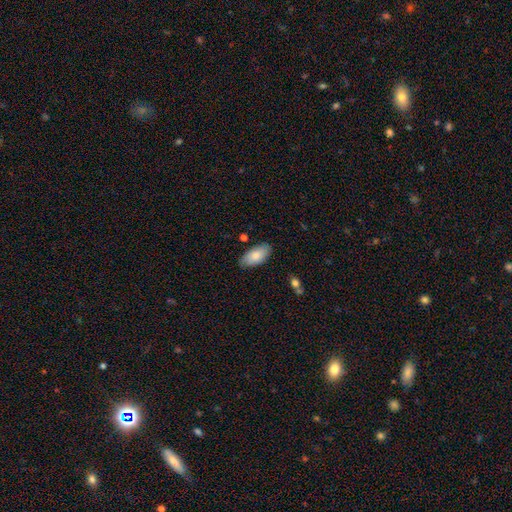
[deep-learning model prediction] A smooth galaxy with no disk features (83%) that is in between round and cigar-shaped (94%).

Vote fractions:
- Smooth or featured? smooth: 83% / featured or disk: 11% / star or artifact: 6%
- How rounded? in between: 94% / cigar-shaped: 4% / round: 2%
- Merging? none: 82% / minor disturbance: 14% / major disturbance: 2% / merger: 2%